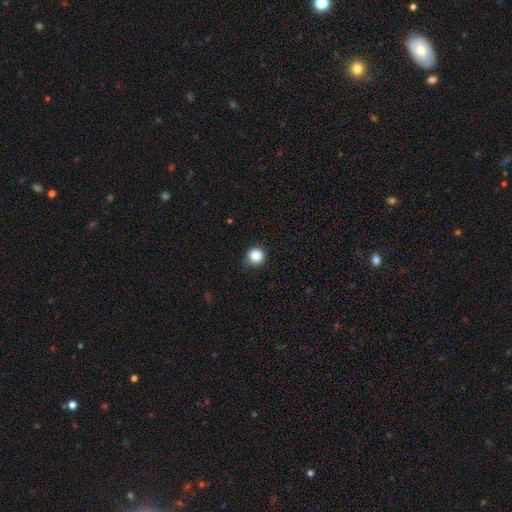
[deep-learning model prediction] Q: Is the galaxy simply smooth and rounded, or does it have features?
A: smooth — 86%.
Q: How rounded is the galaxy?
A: round — 94%.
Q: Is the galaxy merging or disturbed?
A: none — 85%.